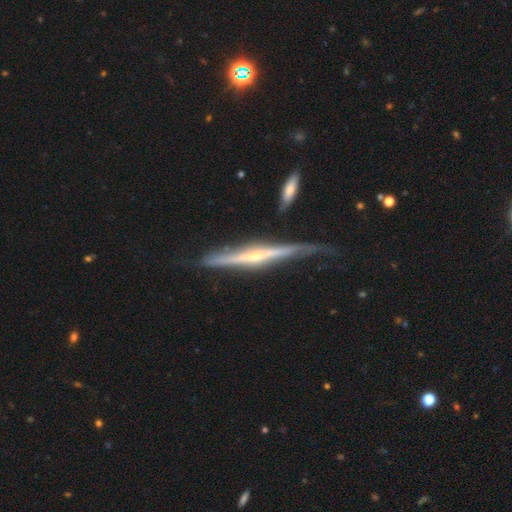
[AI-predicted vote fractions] Q: Smooth or featured?
A: featured or disk (80%); runner-up: smooth (15%)
Q: Edge-on disk?
A: yes (96%); runner-up: no (4%)
Q: Edge-on bulge?
A: rounded (59%); runner-up: none (32%)
Q: Merging?
A: none (62%); runner-up: minor disturbance (26%)